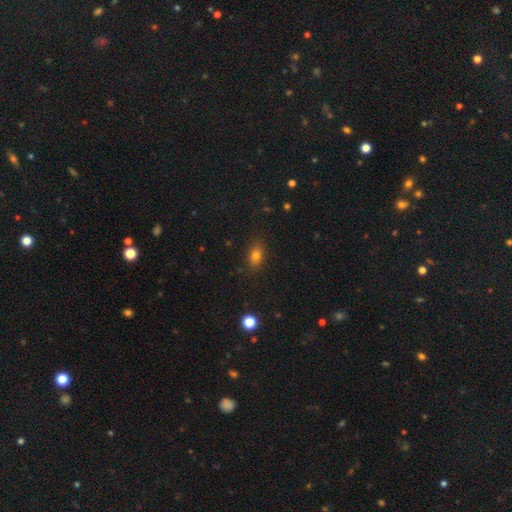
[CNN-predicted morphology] Smooth or featured: smooth — 78% (star or artifact — 13%)
How rounded: in between — 76% (round — 21%)
Merging: none — 85% (minor disturbance — 11%)